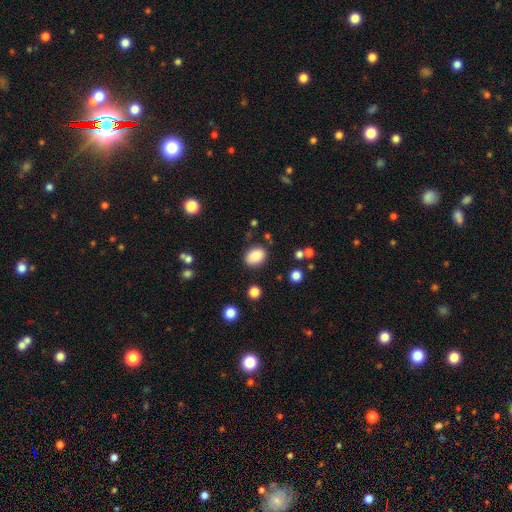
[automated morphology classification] Smooth or featured: smooth — 86% (star or artifact — 9%)
How rounded: in between — 68% (round — 31%)
Merging: none — 80% (minor disturbance — 13%)